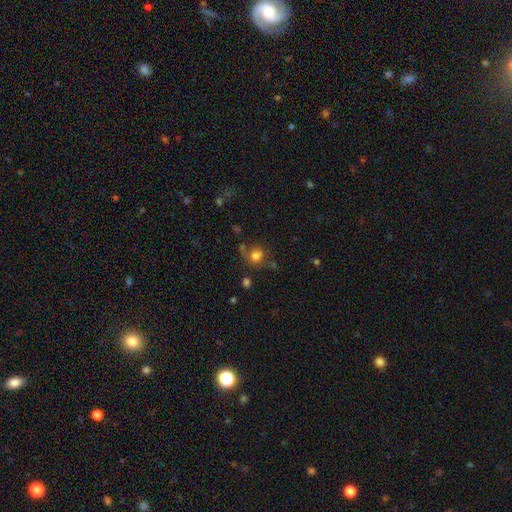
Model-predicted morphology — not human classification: A smooth galaxy with no disk features (75%) that is round (70%). Merging: none (60%).